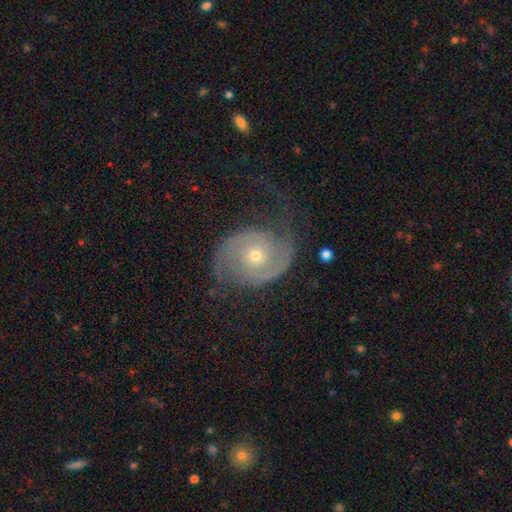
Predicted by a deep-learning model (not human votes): A featured or disk galaxy (87%) with no bar (74%), 2 (86%) medium (44%) spiral arms (96%) and a small central bulge (54%).

Vote fractions:
- Smooth or featured? featured or disk: 87% / smooth: 7% / star or artifact: 6%
- Edge-on disk? no: 98% / yes: 2%
- Bar? no: 74% / weak: 21% / strong: 5%
- Spiral arms? yes: 96% / no: 4%
- Spiral winding? medium: 44% / tight: 37% / loose: 18%
- Spiral arm count? 2: 86% / can't tell: 5% / 1: 3% / 3: 3% / 4: 1% / more than 4: 1%
- Bulge size? small: 54% / moderate: 43% / large: 1% / none: 1% / dominant: 1%
- Merging? none: 63% / minor disturbance: 20% / major disturbance: 16% / merger: 1%